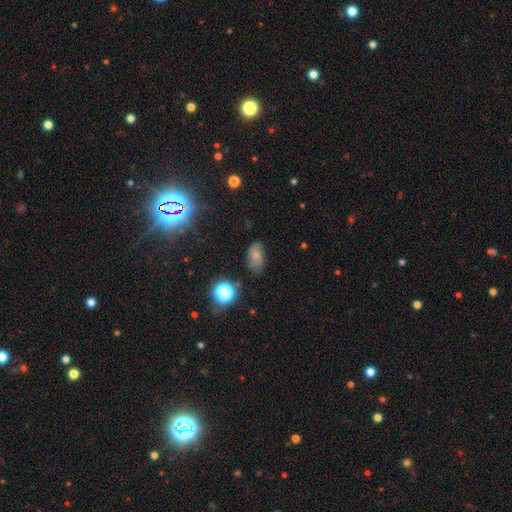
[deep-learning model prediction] Overall: smooth (63%). How rounded: in between (86%). Merging: none (64%; minor disturbance 25%).